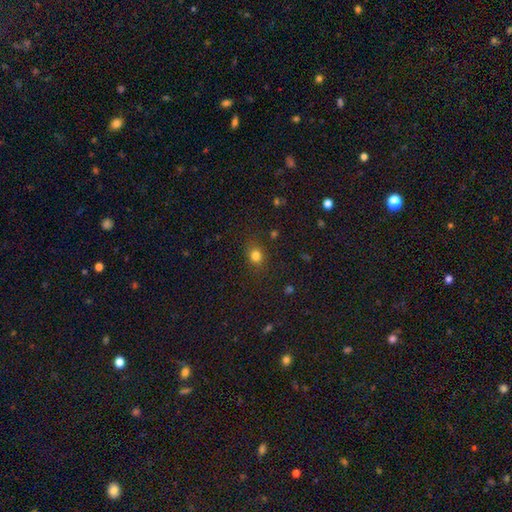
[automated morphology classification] type=smooth (80%); roundness=round (63%); merging=none (83%).